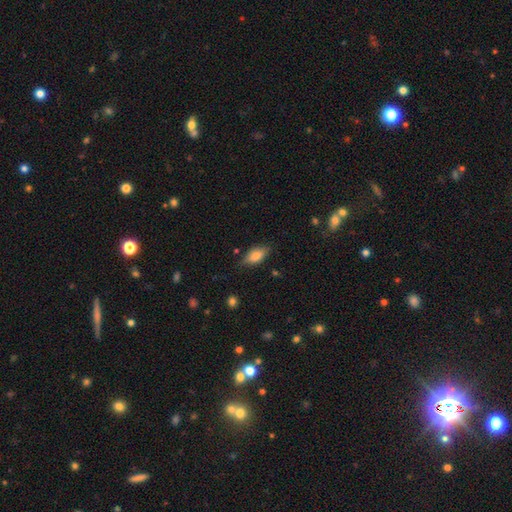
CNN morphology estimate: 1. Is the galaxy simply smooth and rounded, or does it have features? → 71% smooth, 21% featured or disk, 8% star or artifact.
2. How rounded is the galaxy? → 82% in between, 15% cigar-shaped, 4% round.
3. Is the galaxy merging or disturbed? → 77% none, 18% minor disturbance, 3% major disturbance, 2% merger.